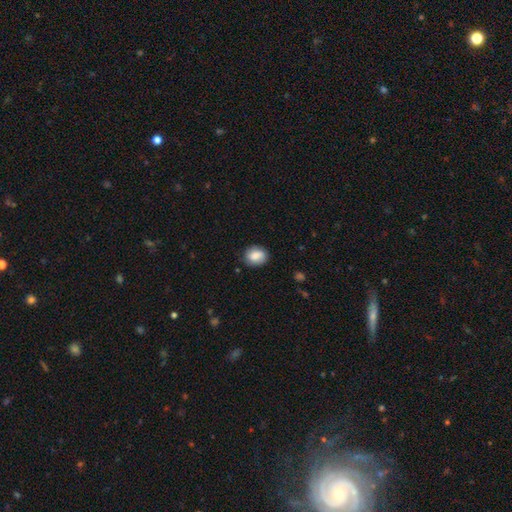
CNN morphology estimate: Smooth or featured?
  - smooth: 81% *
  - featured or disk: 11%
  - star or artifact: 8%
How rounded?
  - in between: 53% *
  - round: 46%
  - cigar-shaped: 1%
Merging?
  - none: 79% *
  - minor disturbance: 16%
  - major disturbance: 4%
  - merger: 1%